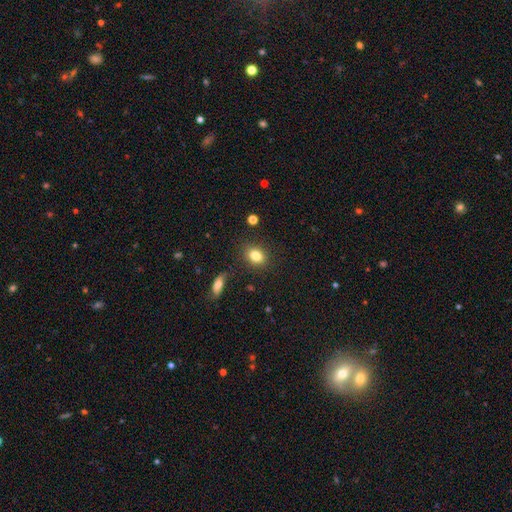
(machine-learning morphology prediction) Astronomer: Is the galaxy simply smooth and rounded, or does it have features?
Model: smooth — 83%.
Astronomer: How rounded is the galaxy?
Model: in between — 62%.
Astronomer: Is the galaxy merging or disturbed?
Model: none — 84%.